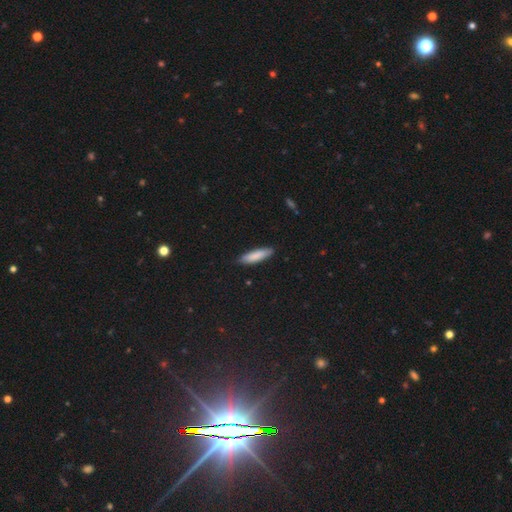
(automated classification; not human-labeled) Overall: smooth (83%). How rounded: cigar-shaped (71%). Merging: none (85%).